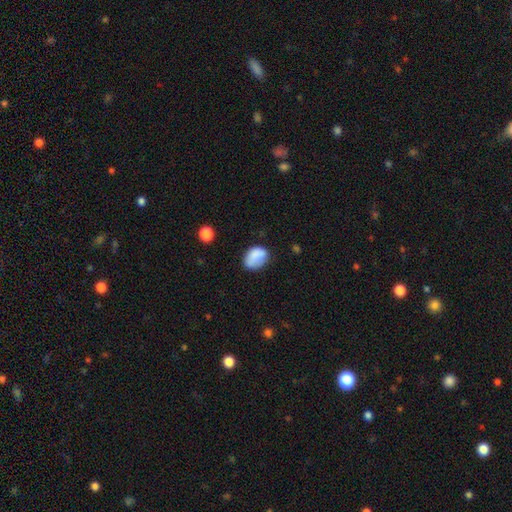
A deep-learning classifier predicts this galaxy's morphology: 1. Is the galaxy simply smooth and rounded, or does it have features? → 81% smooth, 10% featured or disk, 9% star or artifact.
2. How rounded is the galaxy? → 74% in between, 25% round, 1% cigar-shaped.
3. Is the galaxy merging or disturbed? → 58% none, 28% minor disturbance, 10% major disturbance, 4% merger.